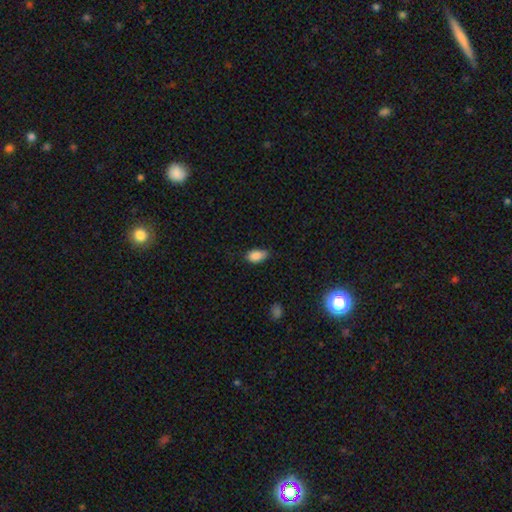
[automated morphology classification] A smooth galaxy with no disk features (86%) that is in between round and cigar-shaped (90%). Merging: none (61%).